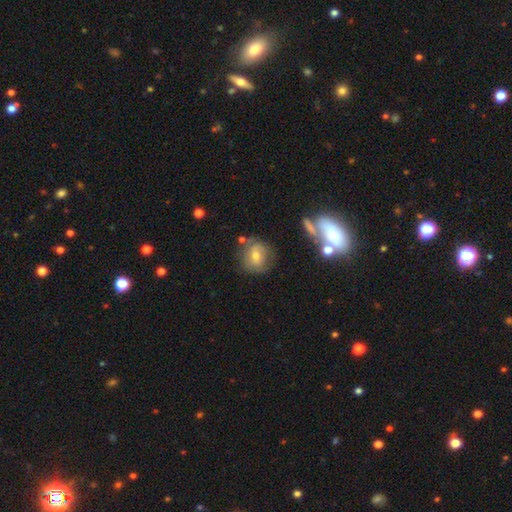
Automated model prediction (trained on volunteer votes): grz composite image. It shows a smooth galaxy with no disk features (57%) that is round (77%). Merging: none (61%).